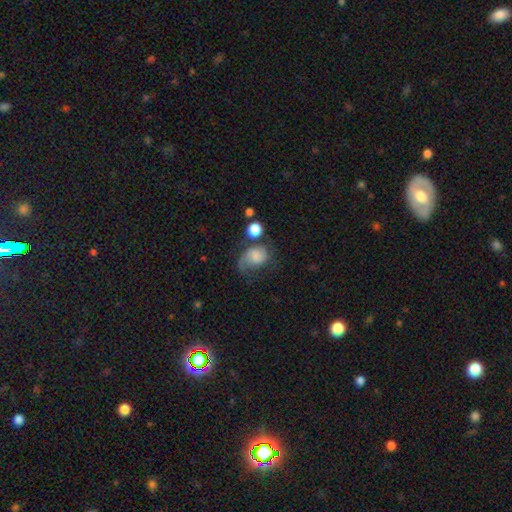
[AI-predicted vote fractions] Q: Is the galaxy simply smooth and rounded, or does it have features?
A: smooth — 53%.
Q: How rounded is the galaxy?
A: in between — 56%.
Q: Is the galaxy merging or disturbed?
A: major disturbance — 33%.